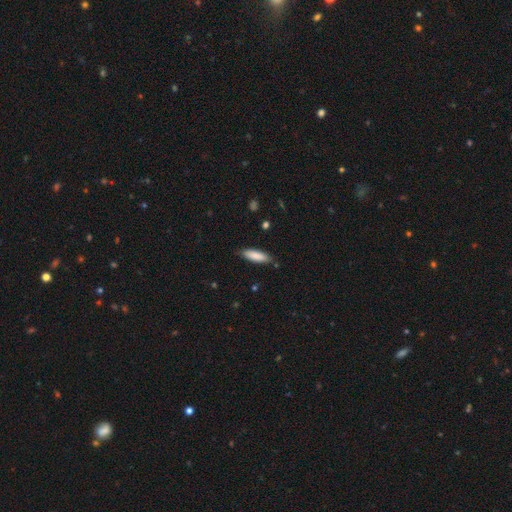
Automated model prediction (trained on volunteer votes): Smooth or featured: smooth — 85% (featured or disk — 9%)
How rounded: cigar-shaped — 53% (in between — 46%)
Merging: none — 83% (minor disturbance — 14%)